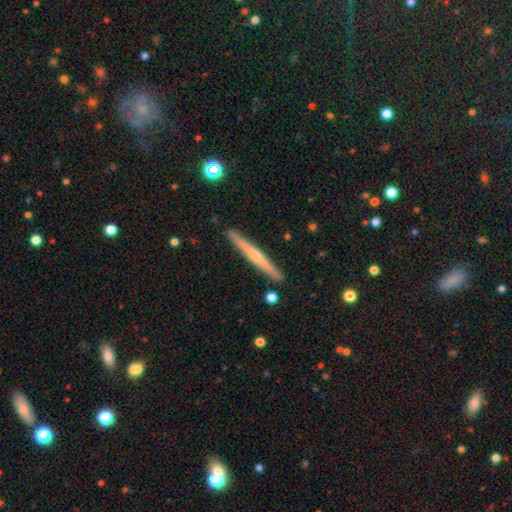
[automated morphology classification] The model was most divided on "edge-on bulge": rounded: 52%, none: 41%, boxy: 6%. More confident: edge-on disk — yes (98%); merging — none (91%); smooth or featured — featured or disk (57%).